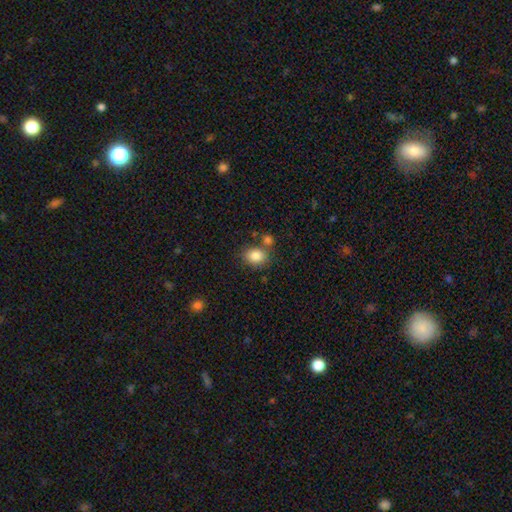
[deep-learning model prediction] smooth-or-featured: smooth: 85% | star or artifact: 9% | featured or disk: 6%
  how-rounded: round: 56% | in between: 43% | cigar-shaped: 1%
  merging: none: 65% | merger: 18% | minor disturbance: 13% | major disturbance: 4%